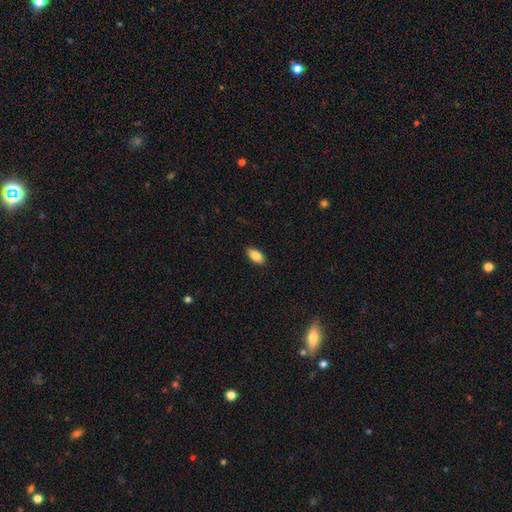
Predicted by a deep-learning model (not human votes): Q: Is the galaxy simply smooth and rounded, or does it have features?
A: smooth — 86%.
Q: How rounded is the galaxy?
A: in between — 93%.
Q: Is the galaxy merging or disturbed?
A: none — 88%.